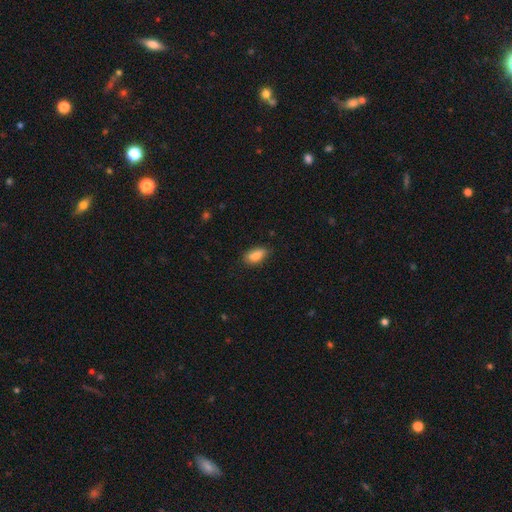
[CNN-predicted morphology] smooth-or-featured: smooth: 86% | star or artifact: 7% | featured or disk: 7%
  how-rounded: in between: 89% | cigar-shaped: 7% | round: 4%
  merging: none: 79% | minor disturbance: 17% | major disturbance: 3% | merger: 1%